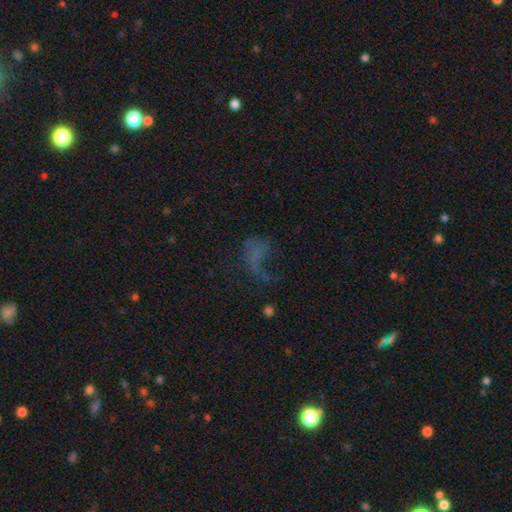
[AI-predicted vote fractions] Smooth or featured? featured or disk (38%)
Merging? major disturbance (45%)